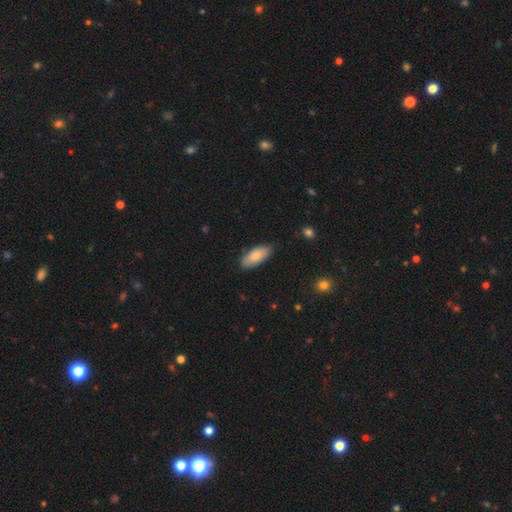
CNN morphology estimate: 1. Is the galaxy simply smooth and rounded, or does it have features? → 79% smooth, 15% featured or disk, 6% star or artifact.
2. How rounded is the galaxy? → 84% in between, 14% cigar-shaped, 2% round.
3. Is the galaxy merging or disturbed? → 81% none, 15% minor disturbance, 2% major disturbance, 1% merger.